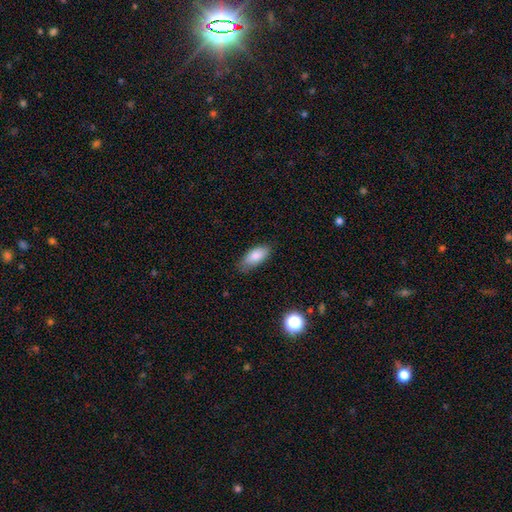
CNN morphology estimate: A smooth galaxy with no disk features (85%) that is in between round and cigar-shaped (85%).

Vote fractions:
- Smooth or featured? smooth: 85% / featured or disk: 8% / star or artifact: 7%
- How rounded? in between: 85% / cigar-shaped: 13% / round: 3%
- Merging? none: 76% / minor disturbance: 19% / major disturbance: 3% / merger: 1%